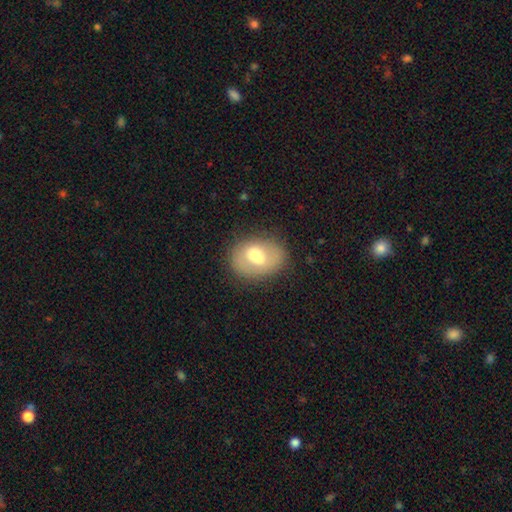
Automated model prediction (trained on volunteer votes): This is possibly a smooth galaxy (58%). How rounded: likely in between (67%). Merging: possibly none (58%).